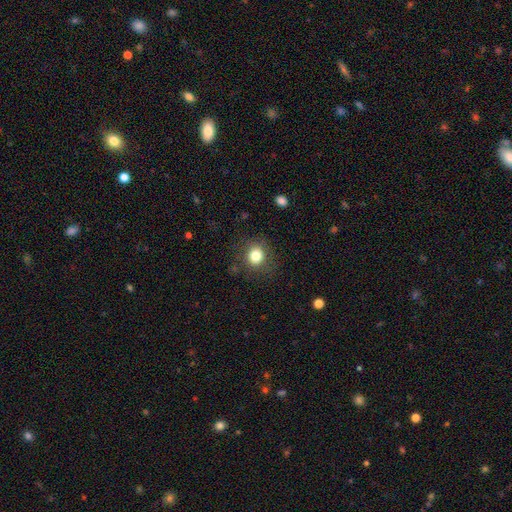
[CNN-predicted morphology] Smooth or featured: smooth — 82% (star or artifact — 11%)
How rounded: round — 80% (in between — 19%)
Merging: none — 83% (minor disturbance — 11%)